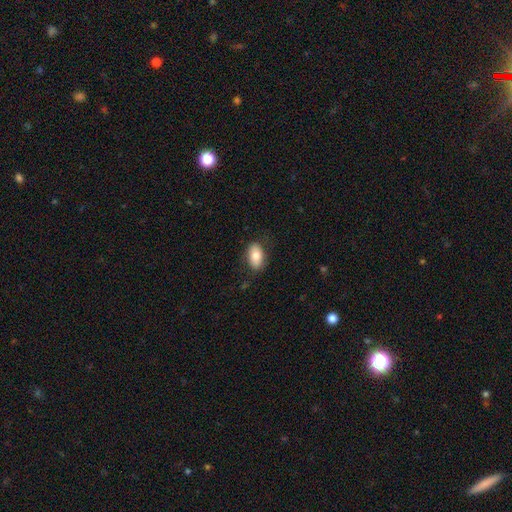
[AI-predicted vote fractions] This is clearly a smooth galaxy (80%). How rounded: clearly in between (91%). Merging: clearly none (81%).